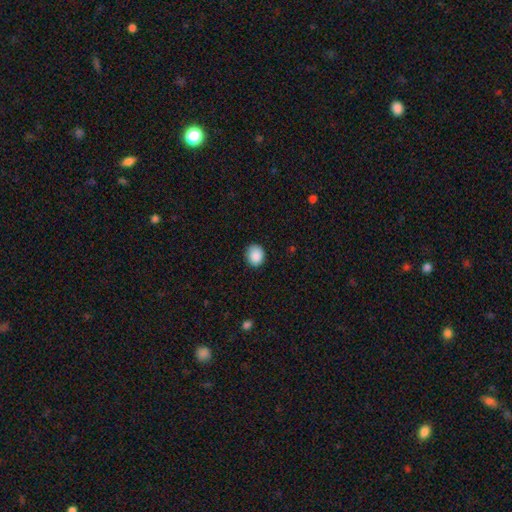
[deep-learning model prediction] Smooth or featured?
  - smooth: 89% *
  - star or artifact: 8%
  - featured or disk: 3%
How rounded?
  - round: 79% *
  - in between: 21%
  - cigar-shaped: 1%
Merging?
  - none: 87% *
  - minor disturbance: 10%
  - major disturbance: 2%
  - merger: 1%